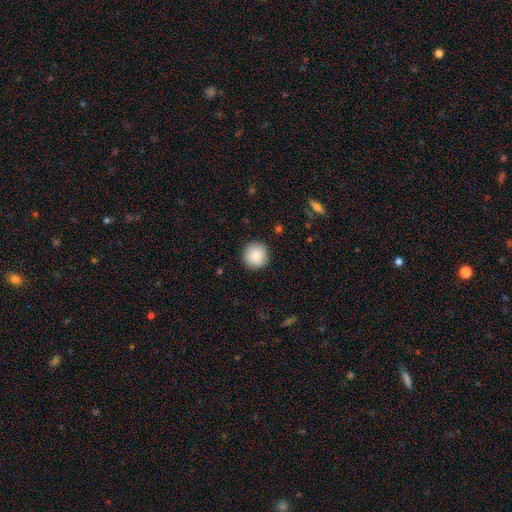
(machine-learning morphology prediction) type=smooth (87%); roundness=round (95%); merging=none (90%).